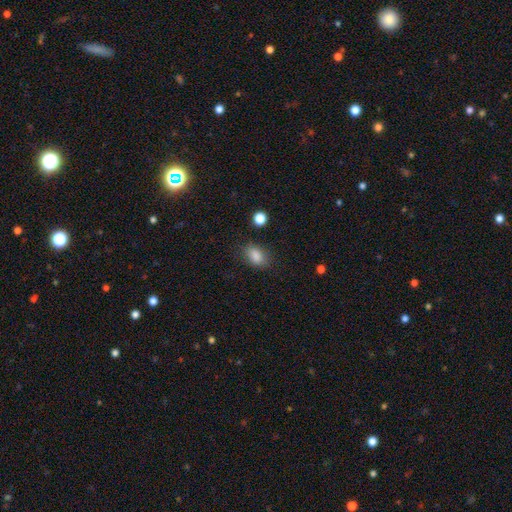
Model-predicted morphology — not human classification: Q: Smooth or featured?
A: smooth (86%); runner-up: star or artifact (9%)
Q: How rounded?
A: in between (83%); runner-up: round (15%)
Q: Merging?
A: none (79%); runner-up: minor disturbance (15%)